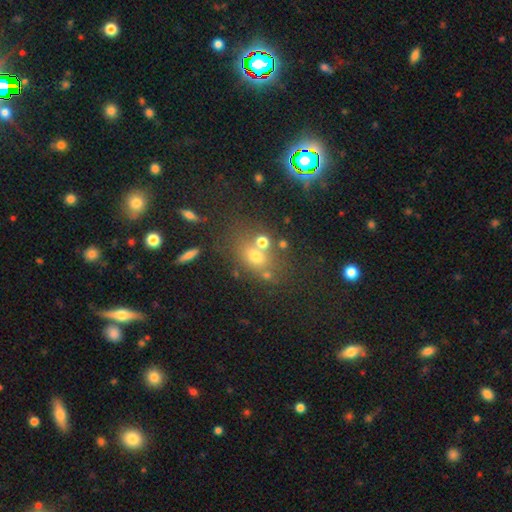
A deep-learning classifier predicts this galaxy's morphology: Q: Smooth or featured?
A: smooth (60%); runner-up: star or artifact (23%)
Q: How rounded?
A: round (50%); runner-up: in between (48%)
Q: Merging?
A: none (55%); runner-up: merger (24%)